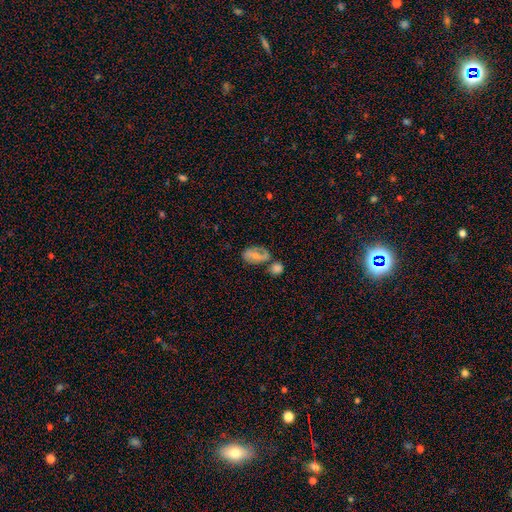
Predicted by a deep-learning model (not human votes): The model was most divided on "smooth or featured": smooth: 46%, featured or disk: 45%, star or artifact: 9%. Remaining: merging — none (45%).